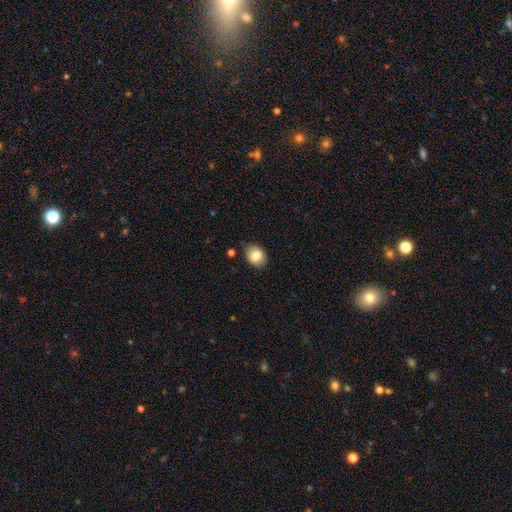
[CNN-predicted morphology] Smooth or featured?
  - smooth: 82% *
  - featured or disk: 9%
  - star or artifact: 9%
How rounded?
  - in between: 59% *
  - round: 40%
  - cigar-shaped: 1%
Merging?
  - none: 82% *
  - minor disturbance: 14%
  - major disturbance: 3%
  - merger: 2%